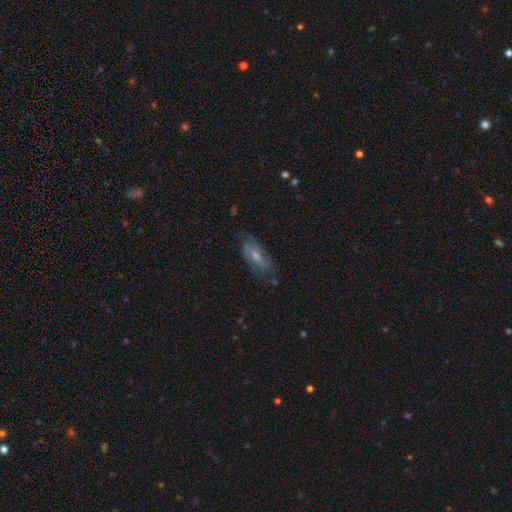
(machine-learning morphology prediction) type=featured or disk (47%); merging=none (69%).